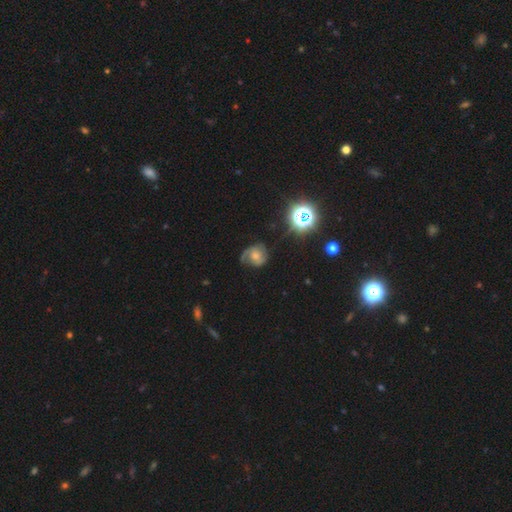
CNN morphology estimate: Smooth or featured: featured or disk — 55% (smooth — 30%)
Edge-on disk: no — 97% (yes — 3%)
Bar: no — 72% (weak — 24%)
Spiral arms: yes — 85% (no — 15%)
Bulge size: moderate — 48% (small — 30%)
Merging: none — 51% (minor disturbance — 27%)